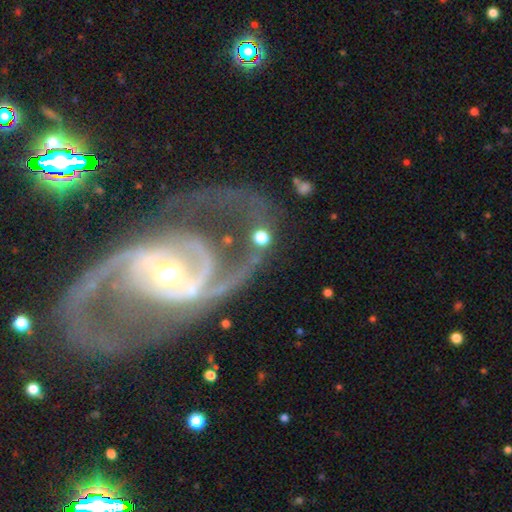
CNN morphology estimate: Overall: featured or disk (86%). Edge-on disk: no (97%). Bar: weak (34%; no 33%). Spiral arms: yes (89%). Spiral arm count: 2 (68%). Spiral winding: medium (46%; loose 29%). Bulge size: moderate (54%; small 38%). Merging: none (47%; major disturbance 28%).